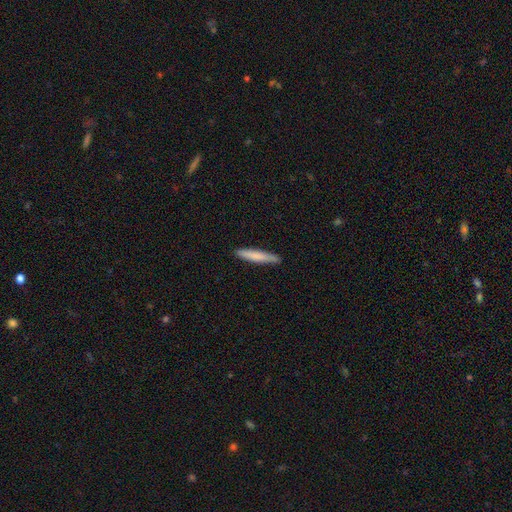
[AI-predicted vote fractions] smooth_or_featured: smooth (p=0.76) [alt: featured or disk p=0.18]
how_rounded: cigar-shaped (p=0.93) [alt: in between p=0.06]
merging: none (p=0.88) [alt: minor disturbance p=0.10]